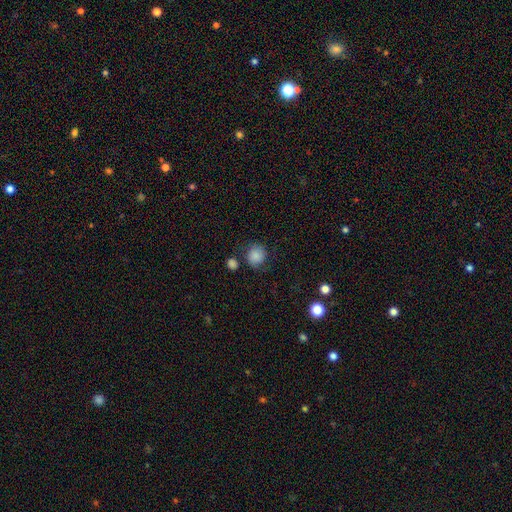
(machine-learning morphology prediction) Smooth or featured: smooth — 84% (star or artifact — 9%)
How rounded: round — 84% (in between — 15%)
Merging: none — 71% (minor disturbance — 16%)